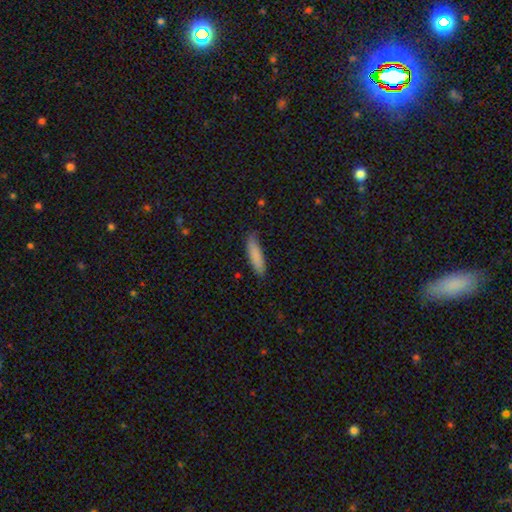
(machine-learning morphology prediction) Smooth or featured: smooth — 86% (featured or disk — 8%)
How rounded: cigar-shaped — 72% (in between — 26%)
Merging: none — 81% (minor disturbance — 15%)